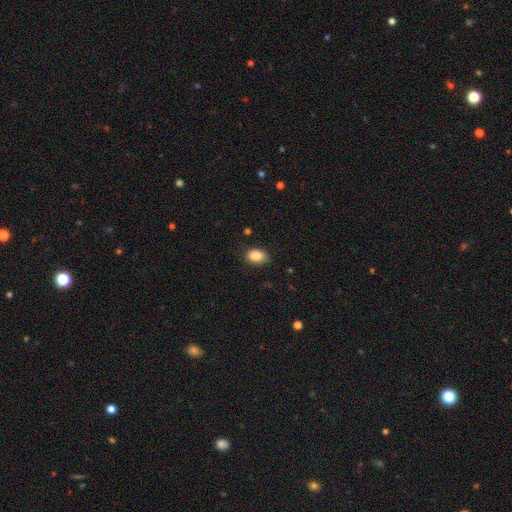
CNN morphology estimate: Smooth or featured? Predicted: smooth (p=0.88). How rounded? Predicted: in between (p=0.85). Merging? Predicted: none (p=0.80).